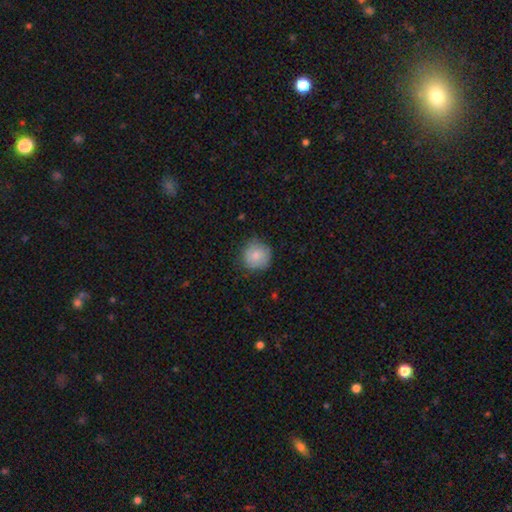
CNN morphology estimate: smooth 80%, featured or disk 13%, star or artifact 7%. Down the decision tree: how rounded — round (92%); merging — none (77%).